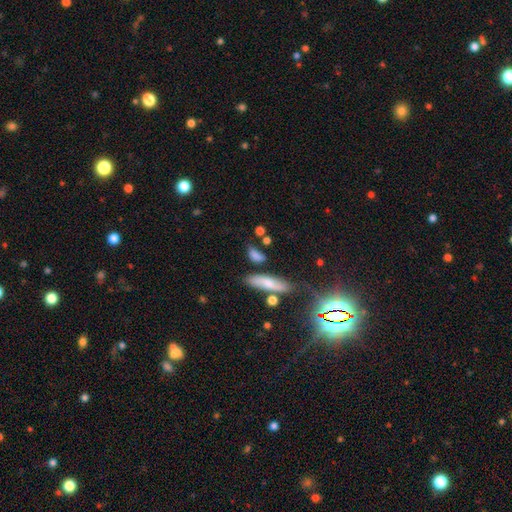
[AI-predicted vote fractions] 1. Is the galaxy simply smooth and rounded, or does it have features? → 76% smooth, 14% featured or disk, 10% star or artifact.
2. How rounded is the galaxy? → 63% in between, 28% cigar-shaped, 10% round.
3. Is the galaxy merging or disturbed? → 57% none, 21% minor disturbance, 13% merger, 8% major disturbance.